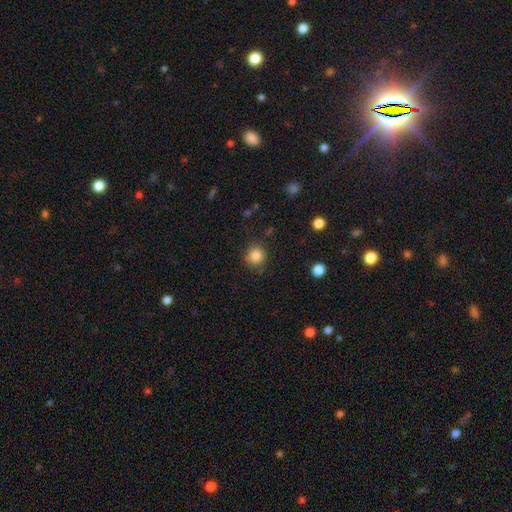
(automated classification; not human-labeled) Morphology: type=smooth (84%); roundness=round (92%); merging=none (84%).